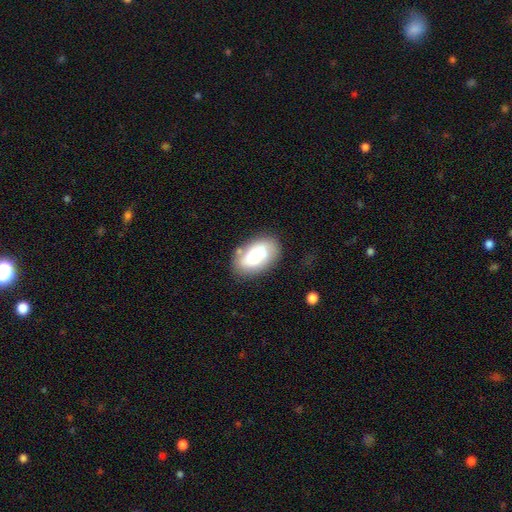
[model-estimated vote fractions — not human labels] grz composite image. It shows a smooth galaxy with no disk features (69%) that is in between round and cigar-shaped (92%). Merging: none (60%).